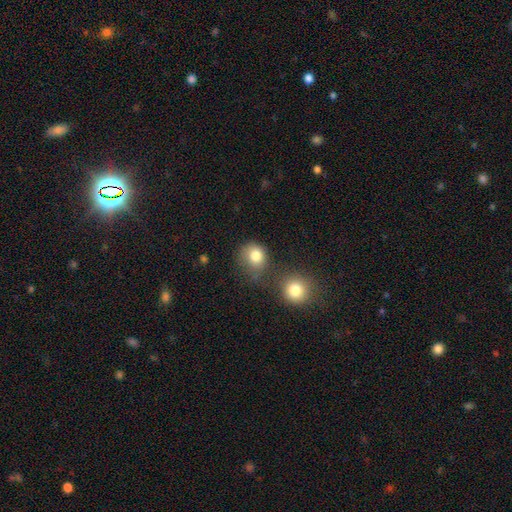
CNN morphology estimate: This is clearly a smooth galaxy (81%). How rounded: likely round (76%). Merging: possibly none (51%).